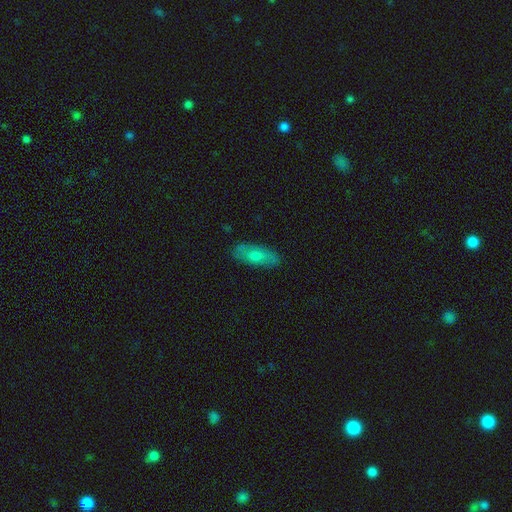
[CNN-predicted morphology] Overall: smooth (63%; featured or disk 29%). How rounded: in between (78%). Merging: none (84%).